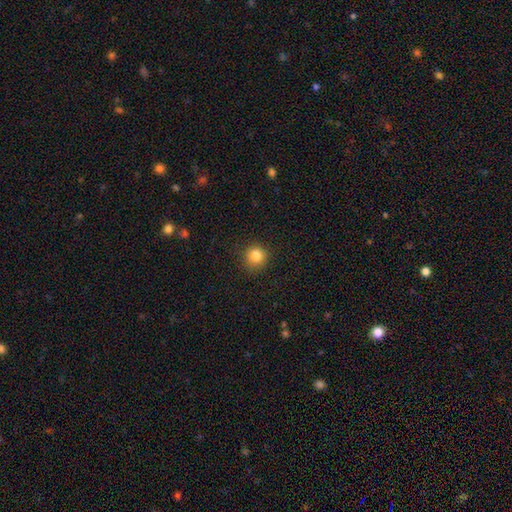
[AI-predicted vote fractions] Smooth or featured: smooth — 84% (star or artifact — 11%)
How rounded: round — 93% (in between — 6%)
Merging: none — 89% (minor disturbance — 7%)